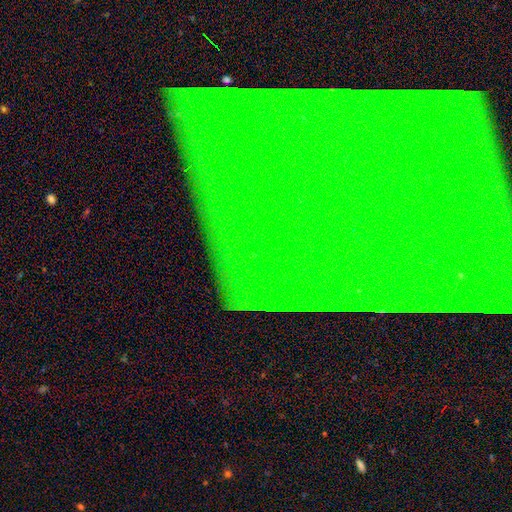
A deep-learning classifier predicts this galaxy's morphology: smooth_or_featured: star or artifact (p=0.84) [alt: featured or disk p=0.08]